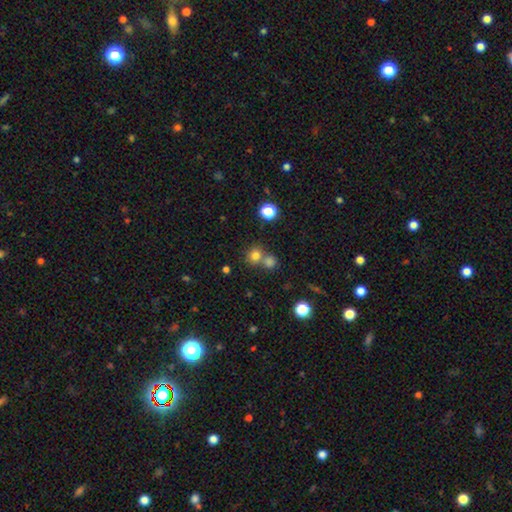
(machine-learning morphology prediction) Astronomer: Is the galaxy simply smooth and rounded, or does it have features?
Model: smooth — 76%.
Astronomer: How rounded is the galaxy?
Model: round — 86%.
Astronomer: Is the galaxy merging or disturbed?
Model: none — 54% (runner-up: merger, 37%).